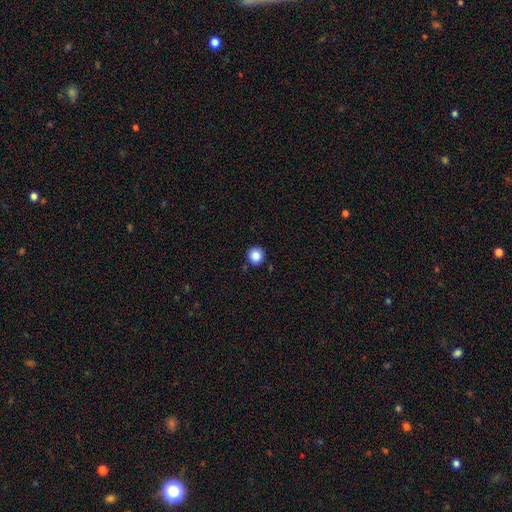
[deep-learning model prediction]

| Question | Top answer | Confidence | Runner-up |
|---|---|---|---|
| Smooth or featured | smooth | 87% | star or artifact (10%) |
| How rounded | round | 92% | in between (7%) |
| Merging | none | 89% | minor disturbance (7%) |